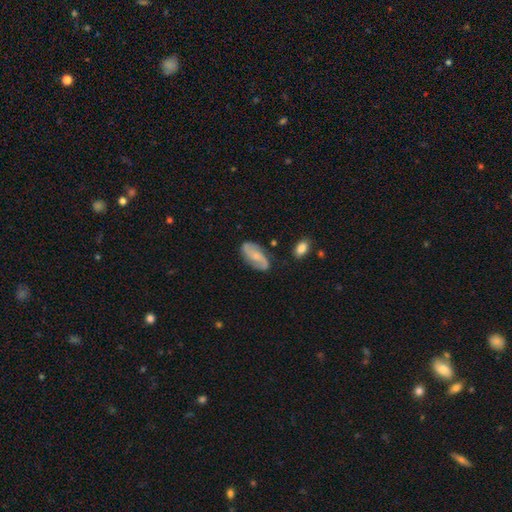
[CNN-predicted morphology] smooth-or-featured: featured or disk: 69% | smooth: 24% | star or artifact: 6%
  disk-edge-on: no: 95% | yes: 5%
    bar: no: 51% | weak: 37% | strong: 12%
    has-spiral-arms: yes: 93% | no: 7%
      spiral-winding: loose: 47% | medium: 36% | tight: 17%
      spiral-arm-count: 2: 90% | can't tell: 5% | 1: 2% | 3: 1% | 4: 1% | more than 4: 1%
    bulge-size: small: 56% | moderate: 30% | none: 11% | large: 2% | dominant: 1%
  merging: none: 79% | minor disturbance: 15% | major disturbance: 4% | merger: 2%